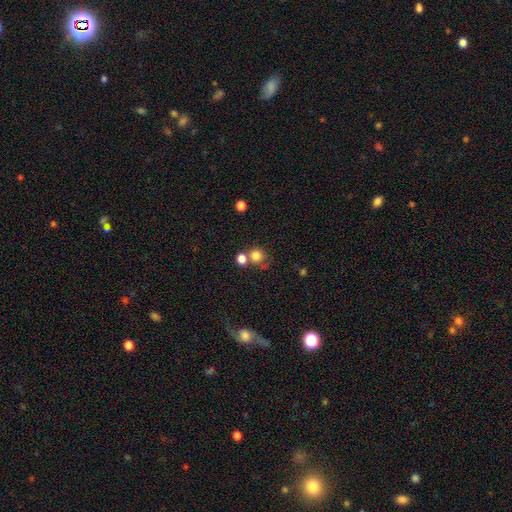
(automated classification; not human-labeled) A smooth galaxy with no disk features (81%) that is round (87%). Merging: none (55%).